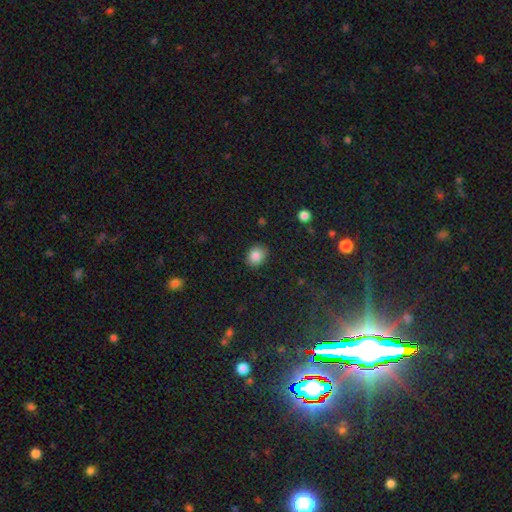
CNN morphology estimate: Smooth or featured?
  - smooth: 86% *
  - star or artifact: 9%
  - featured or disk: 5%
How rounded?
  - in between: 53% *
  - round: 46%
  - cigar-shaped: 1%
Merging?
  - none: 84% *
  - minor disturbance: 12%
  - major disturbance: 3%
  - merger: 1%